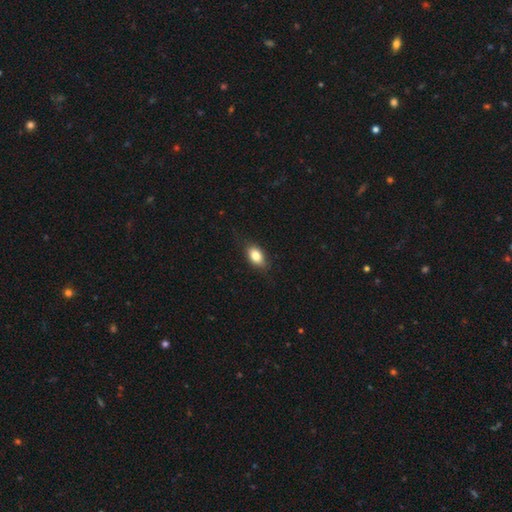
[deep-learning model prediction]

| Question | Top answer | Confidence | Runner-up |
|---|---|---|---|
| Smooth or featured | smooth | 82% | featured or disk (10%) |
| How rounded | in between | 85% | round (11%) |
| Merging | none | 81% | minor disturbance (15%) |